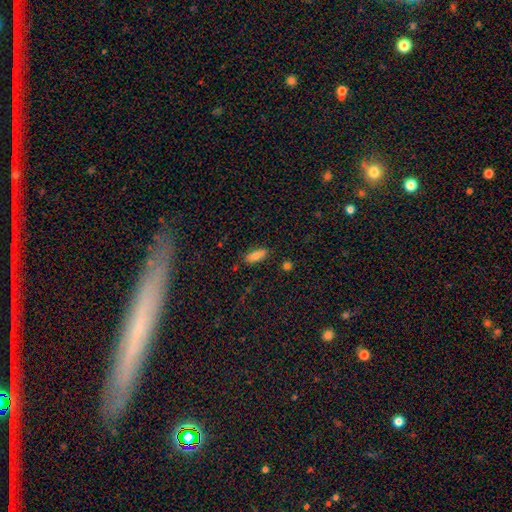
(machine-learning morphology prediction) This appears to be a smooth galaxy with no disk features (80%) that is in between round and cigar-shaped (81%). Merging: none (81%).